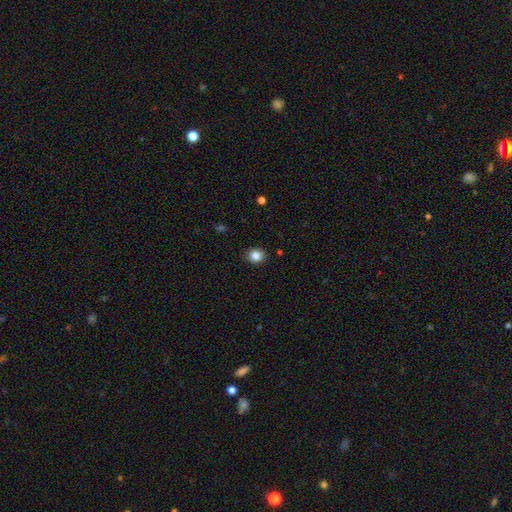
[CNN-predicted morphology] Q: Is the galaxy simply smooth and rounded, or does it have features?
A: smooth — 85%.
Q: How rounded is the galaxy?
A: round — 75%.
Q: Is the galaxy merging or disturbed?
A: none — 90%.